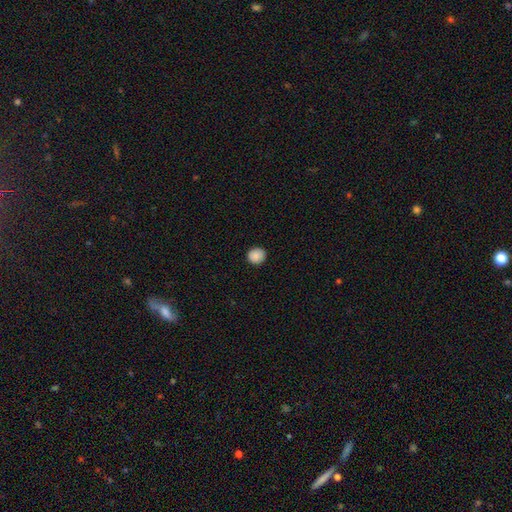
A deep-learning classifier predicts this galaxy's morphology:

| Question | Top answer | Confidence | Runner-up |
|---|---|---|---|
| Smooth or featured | smooth | 89% | star or artifact (9%) |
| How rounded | round | 88% | in between (11%) |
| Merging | none | 92% | minor disturbance (6%) |